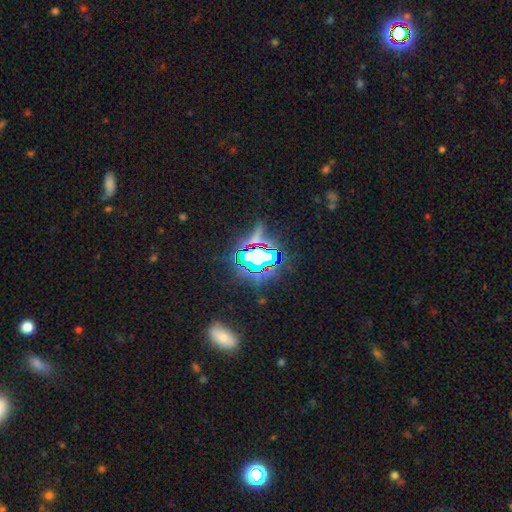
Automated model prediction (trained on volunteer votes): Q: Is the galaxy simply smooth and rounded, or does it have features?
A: star or artifact — 71%.